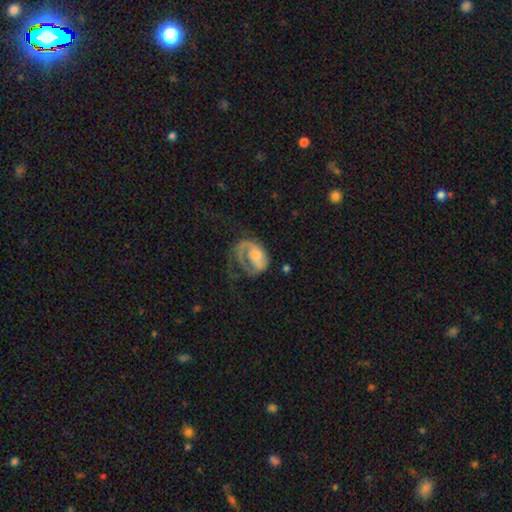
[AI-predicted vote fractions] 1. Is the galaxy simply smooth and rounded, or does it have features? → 70% featured or disk, 24% smooth, 7% star or artifact.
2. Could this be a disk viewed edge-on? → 98% no, 2% yes.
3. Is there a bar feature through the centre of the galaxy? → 69% no, 25% weak, 6% strong.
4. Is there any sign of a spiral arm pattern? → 87% yes, 13% no.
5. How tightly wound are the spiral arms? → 36% medium, 33% loose, 31% tight.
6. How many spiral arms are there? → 79% 1, 12% 2, 6% can't tell, 2% 3, 1% 4, 1% more than 4.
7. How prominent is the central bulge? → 39% small, 27% moderate, 21% none, 10% large, 3% dominant.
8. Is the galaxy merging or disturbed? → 48% major disturbance, 32% none, 18% minor disturbance, 3% merger.